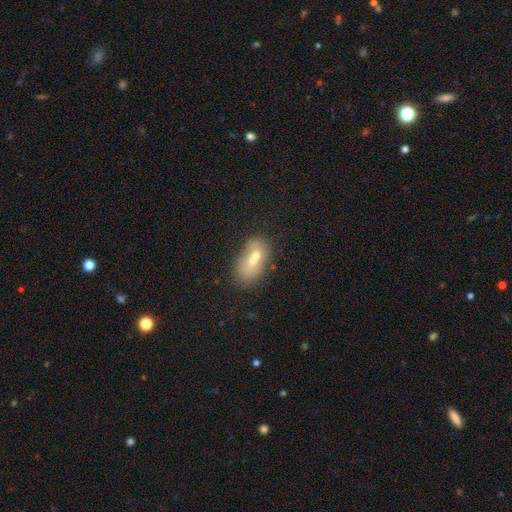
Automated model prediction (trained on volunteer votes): This appears to be a smooth galaxy with no disk features (60%) that is in between round and cigar-shaped (79%). Merging: merger (55%).